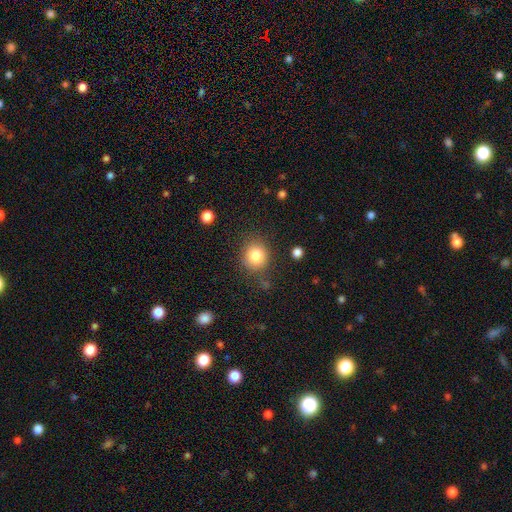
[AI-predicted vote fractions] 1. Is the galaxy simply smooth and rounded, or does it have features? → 84% smooth, 10% star or artifact, 6% featured or disk.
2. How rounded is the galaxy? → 86% round, 13% in between, 1% cigar-shaped.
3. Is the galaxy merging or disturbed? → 80% none, 12% minor disturbance, 4% major disturbance, 3% merger.